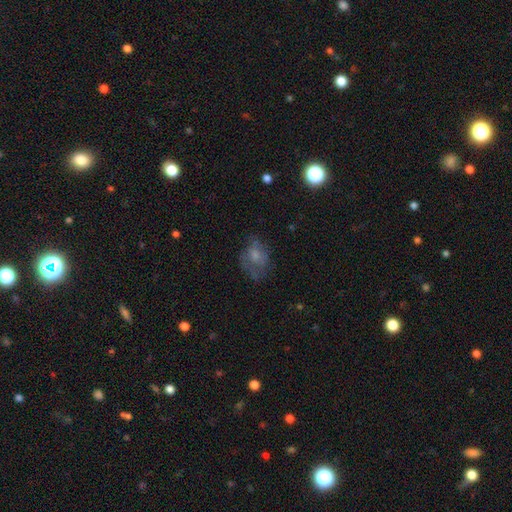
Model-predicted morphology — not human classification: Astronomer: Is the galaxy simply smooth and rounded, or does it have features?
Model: smooth — 52% (runner-up: featured or disk, 36%).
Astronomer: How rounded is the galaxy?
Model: in between — 66%.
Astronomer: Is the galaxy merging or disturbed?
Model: none — 46% (runner-up: minor disturbance, 26%).